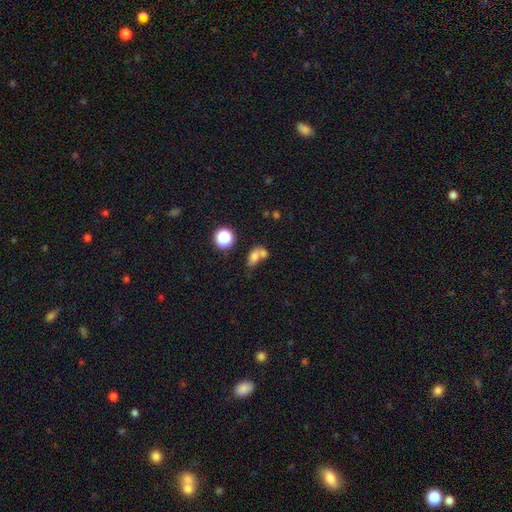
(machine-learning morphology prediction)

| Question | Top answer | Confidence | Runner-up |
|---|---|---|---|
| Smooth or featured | smooth | 70% | featured or disk (16%) |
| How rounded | in between | 66% | round (30%) |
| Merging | merger | 59% | none (25%) |